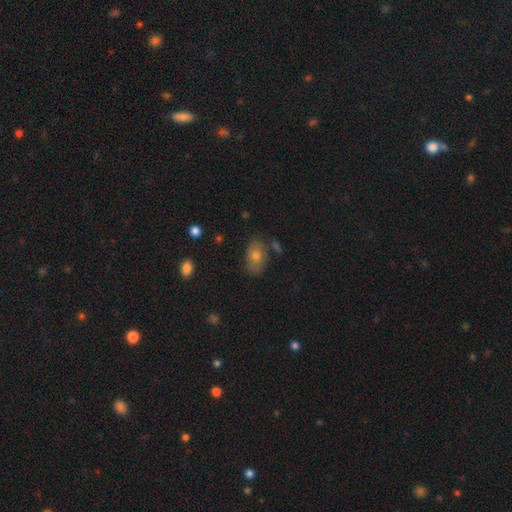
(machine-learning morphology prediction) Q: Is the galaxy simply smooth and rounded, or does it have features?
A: smooth — 68%.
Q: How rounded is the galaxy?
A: in between — 85%.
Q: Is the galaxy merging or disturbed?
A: none — 75%.